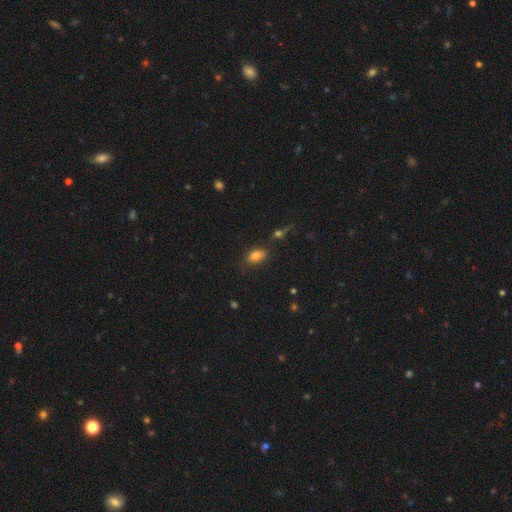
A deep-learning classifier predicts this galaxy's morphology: type=smooth (79%); roundness=in between (86%); merging=none (73%).